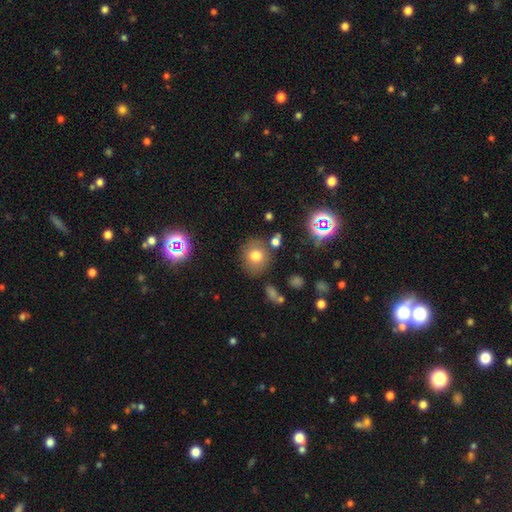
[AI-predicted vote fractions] Q: Smooth or featured?
A: smooth (72%); runner-up: star or artifact (15%)
Q: How rounded?
A: round (79%); runner-up: in between (19%)
Q: Merging?
A: none (77%); runner-up: minor disturbance (12%)